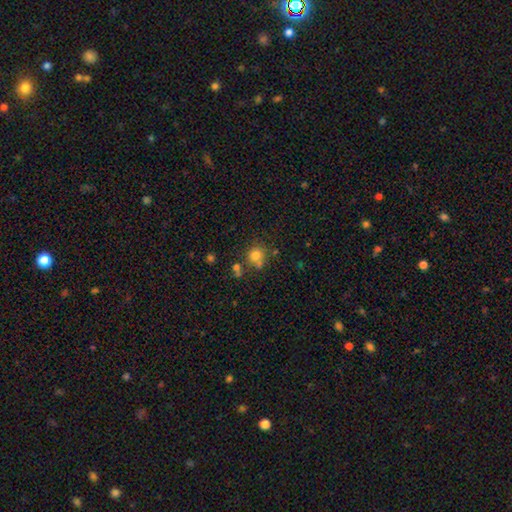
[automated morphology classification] type=smooth (76%); roundness=round (87%); merging=none (63%).